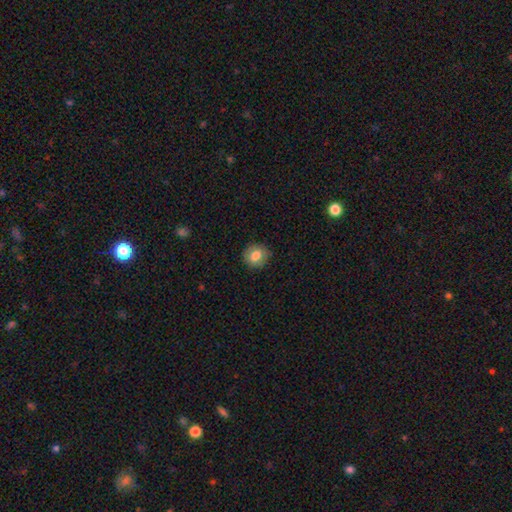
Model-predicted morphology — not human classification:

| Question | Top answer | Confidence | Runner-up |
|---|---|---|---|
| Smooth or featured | smooth | 79% | featured or disk (12%) |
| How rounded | round | 86% | in between (13%) |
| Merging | none | 87% | minor disturbance (10%) |